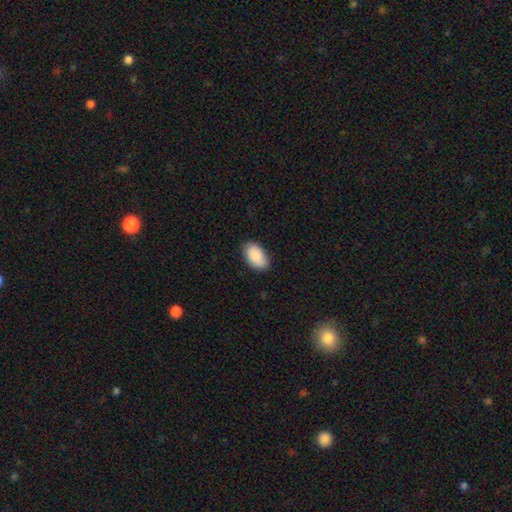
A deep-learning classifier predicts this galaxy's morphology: Smooth or featured? Predicted: smooth (p=0.89). How rounded? Predicted: in between (p=0.94). Merging? Predicted: none (p=0.83).